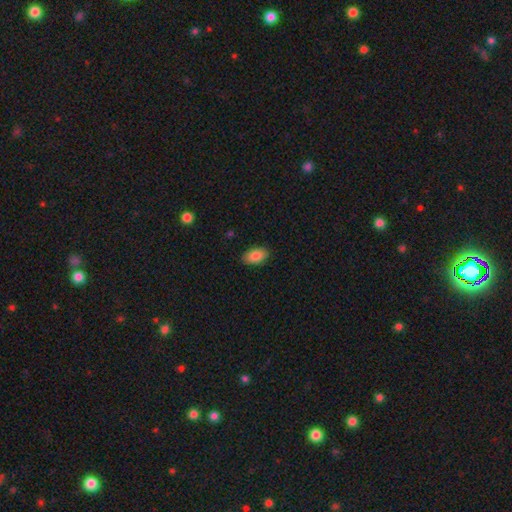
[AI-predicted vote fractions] smooth_or_featured: smooth (p=0.85) [alt: featured or disk p=0.08]
how_rounded: in between (p=0.93) [alt: round p=0.05]
merging: none (p=0.88) [alt: minor disturbance p=0.09]